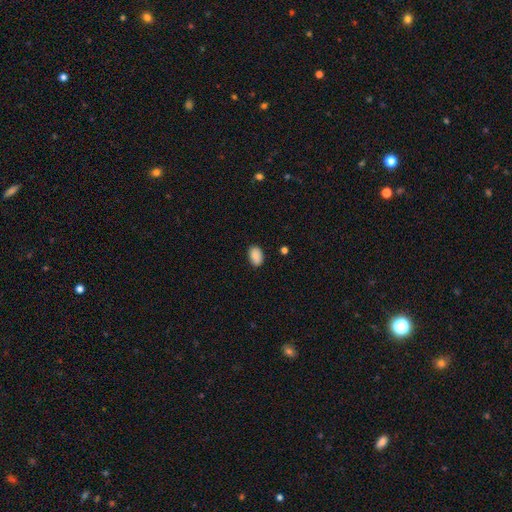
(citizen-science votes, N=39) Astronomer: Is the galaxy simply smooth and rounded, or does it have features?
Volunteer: smooth — 90%.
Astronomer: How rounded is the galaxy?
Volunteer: in between — 83%.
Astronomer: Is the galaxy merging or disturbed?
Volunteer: none — 86%.